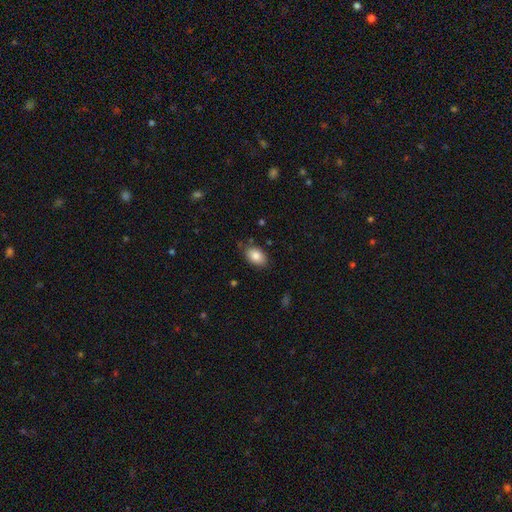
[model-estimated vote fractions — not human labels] smooth-or-featured: smooth: 86% | star or artifact: 7% | featured or disk: 7%
  how-rounded: in between: 88% | round: 11% | cigar-shaped: 1%
  merging: none: 83% | minor disturbance: 13% | major disturbance: 3% | merger: 2%